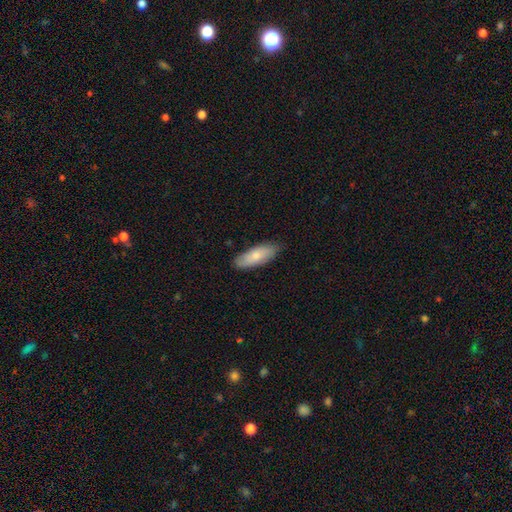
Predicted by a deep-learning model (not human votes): Smooth or featured? smooth (76%)
How rounded? in between (69%)
Merging? none (83%)